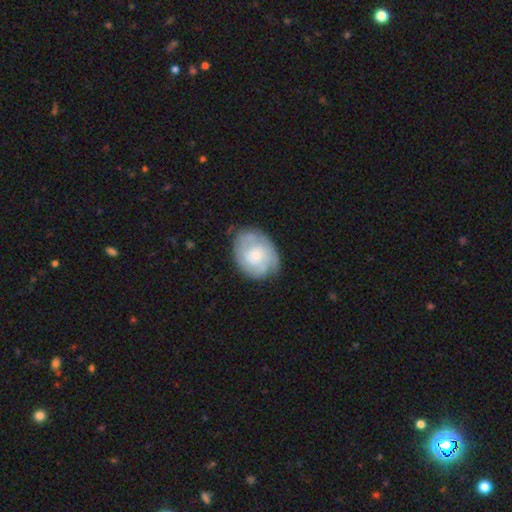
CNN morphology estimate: The model was most divided on "bulge size": small: 49%, moderate: 39%, large: 6%, none: 5%, dominant: 1%. More confident: edge-on disk — no (97%); bar — no (79%); spiral arms — yes (75%); merging — none (70%); smooth or featured — featured or disk (56%).